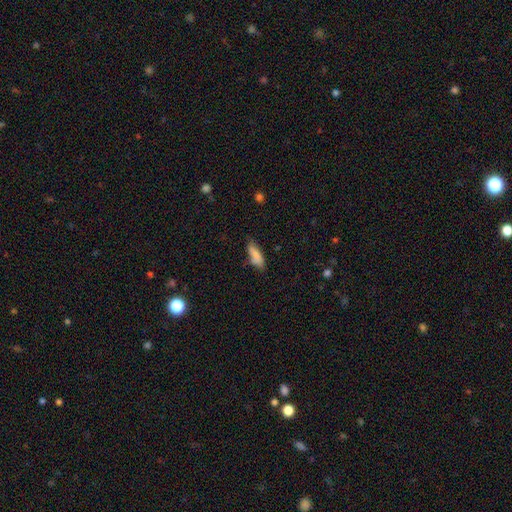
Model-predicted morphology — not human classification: smooth-or-featured: smooth: 82% | featured or disk: 10% | star or artifact: 7%
  how-rounded: in between: 58% | cigar-shaped: 40% | round: 2%
  merging: none: 63% | minor disturbance: 26% | major disturbance: 6% | merger: 5%